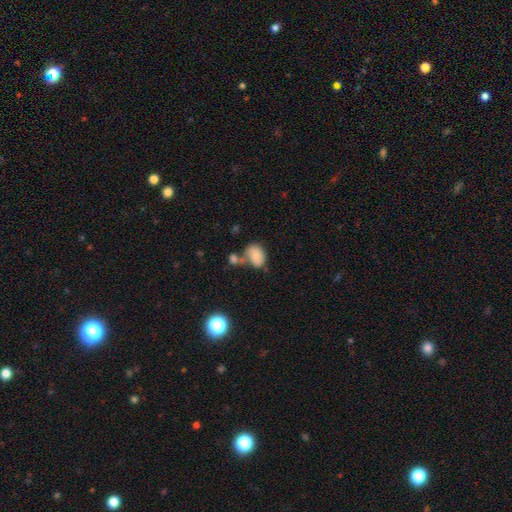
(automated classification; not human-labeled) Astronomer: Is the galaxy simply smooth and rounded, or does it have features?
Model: smooth — 75%.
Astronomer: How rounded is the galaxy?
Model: in between — 77%.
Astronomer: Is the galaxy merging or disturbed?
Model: none — 38% (runner-up: merger, 33%).